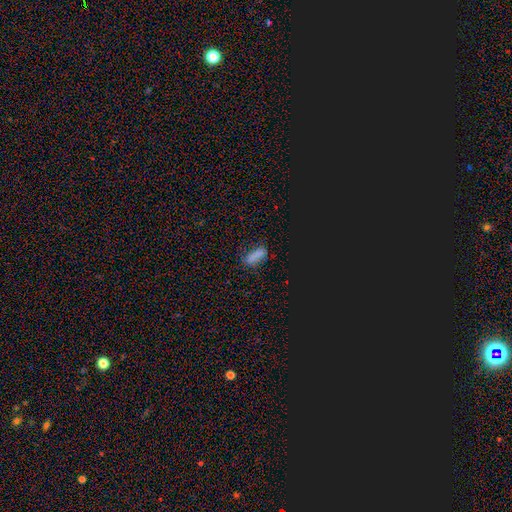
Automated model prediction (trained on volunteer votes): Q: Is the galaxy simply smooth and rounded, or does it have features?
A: smooth — 67%.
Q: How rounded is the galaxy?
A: in between — 65%.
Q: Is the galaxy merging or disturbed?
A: none — 62%.